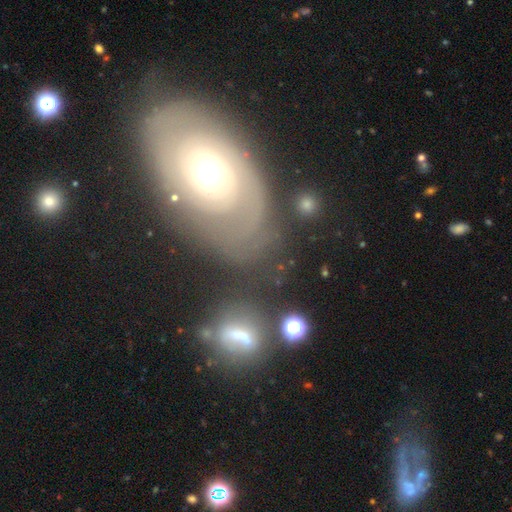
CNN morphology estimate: Q: Smooth or featured?
A: featured or disk (67%); runner-up: smooth (23%)
Q: Edge-on disk?
A: no (93%); runner-up: yes (7%)
Q: Bar?
A: no (77%); runner-up: weak (17%)
Q: Spiral arms?
A: yes (71%); runner-up: no (29%)
Q: Bulge size?
A: moderate (55%); runner-up: small (31%)
Q: Merging?
A: none (66%); runner-up: minor disturbance (16%)